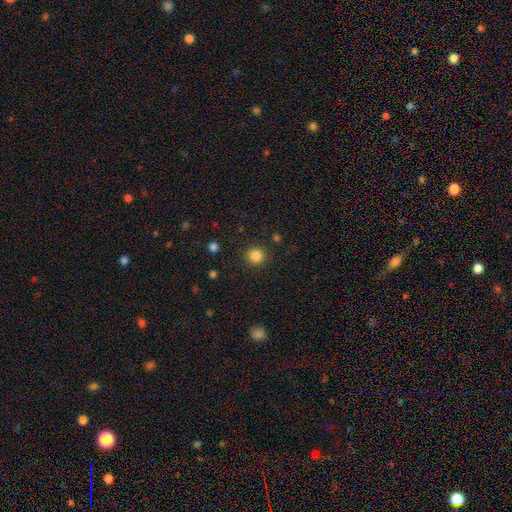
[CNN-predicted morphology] Smooth or featured?
  - smooth: 85% *
  - star or artifact: 11%
  - featured or disk: 4%
How rounded?
  - round: 92% *
  - in between: 7%
  - cigar-shaped: 1%
Merging?
  - none: 90% *
  - minor disturbance: 6%
  - major disturbance: 2%
  - merger: 1%